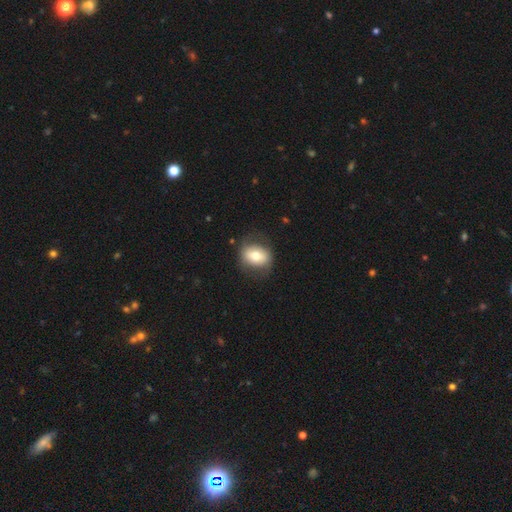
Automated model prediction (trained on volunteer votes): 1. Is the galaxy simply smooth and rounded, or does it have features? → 68% smooth, 25% featured or disk, 7% star or artifact.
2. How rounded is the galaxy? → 56% in between, 43% round, 1% cigar-shaped.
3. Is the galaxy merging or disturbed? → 75% none, 17% minor disturbance, 7% major disturbance, 1% merger.